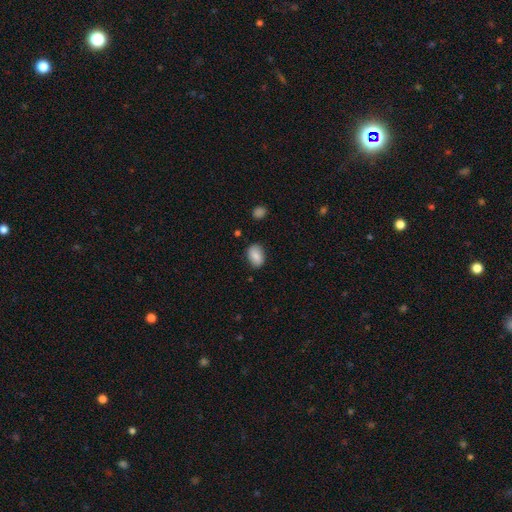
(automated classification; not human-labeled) This is clearly a smooth galaxy (83%). How rounded: clearly in between (84%). Merging: clearly none (82%).